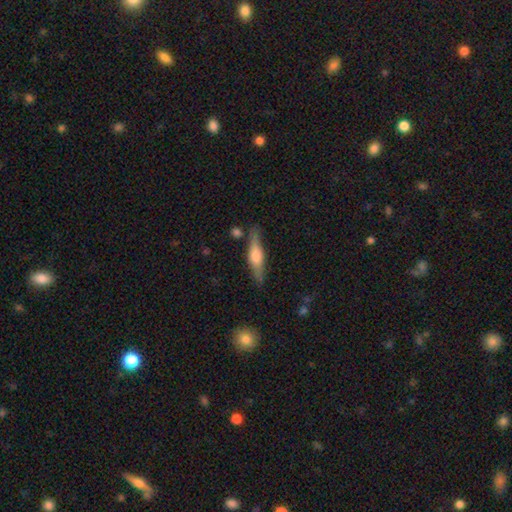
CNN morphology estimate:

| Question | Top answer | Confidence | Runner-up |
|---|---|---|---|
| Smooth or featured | featured or disk | 54% | smooth (40%) |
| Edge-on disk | yes | 93% | no (7%) |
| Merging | none | 79% | minor disturbance (13%) |